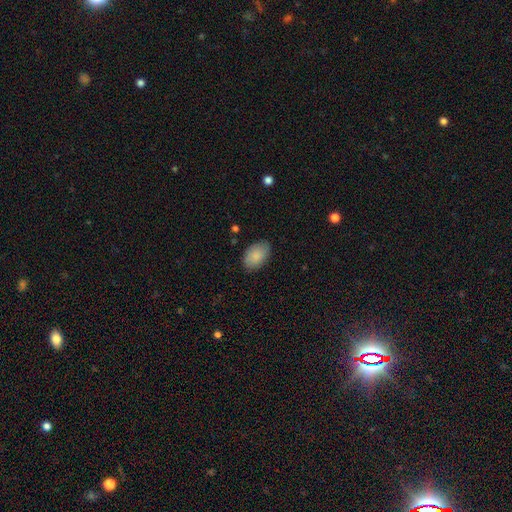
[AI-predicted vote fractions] The model was most divided on "merging": none: 84%, minor disturbance: 13%, major disturbance: 3%, merger: 1%. More confident: how rounded — in between (90%); smooth or featured — smooth (87%).